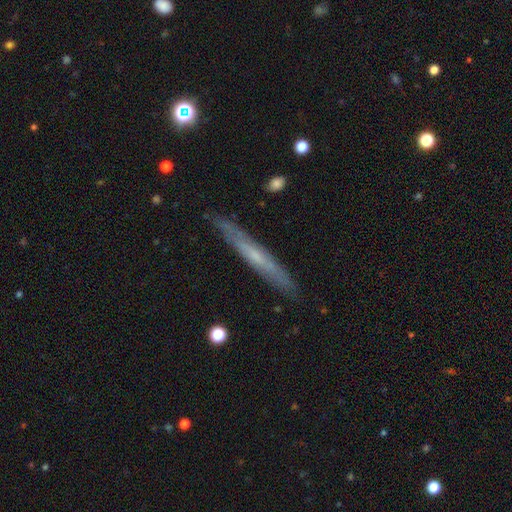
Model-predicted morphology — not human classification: A featured or disk galaxy (56%) viewed edge-on (91%) with no central bulge (64%).

Vote fractions:
- Smooth or featured? featured or disk: 56% / smooth: 38% / star or artifact: 6%
- Edge-on disk? yes: 91% / no: 9%
- Edge-on bulge? none: 64% / rounded: 32% / boxy: 5%
- Merging? none: 86% / minor disturbance: 11% / major disturbance: 2% / merger: 1%